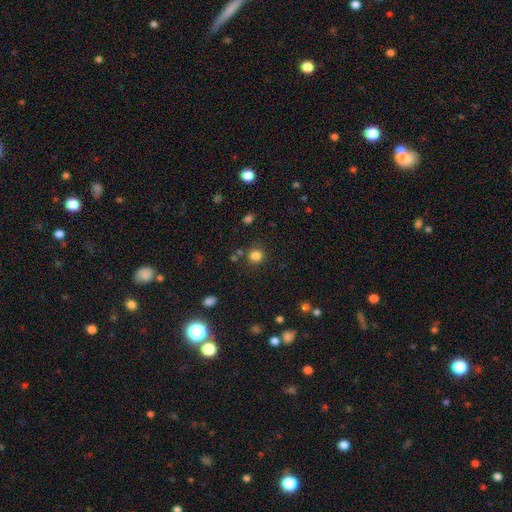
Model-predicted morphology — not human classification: smooth_or_featured: smooth (p=0.82) [alt: star or artifact p=0.13]
how_rounded: round (p=0.89) [alt: in between p=0.10]
merging: none (p=0.83) [alt: minor disturbance p=0.09]